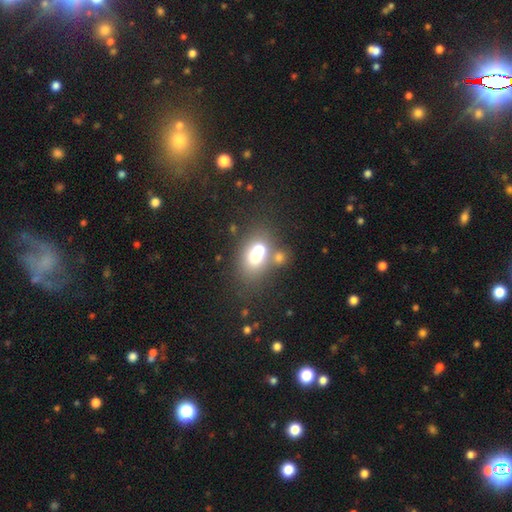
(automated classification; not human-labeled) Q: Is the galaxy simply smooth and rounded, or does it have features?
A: smooth — 64%.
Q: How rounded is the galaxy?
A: in between — 66%.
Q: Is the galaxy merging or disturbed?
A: merger — 46%.